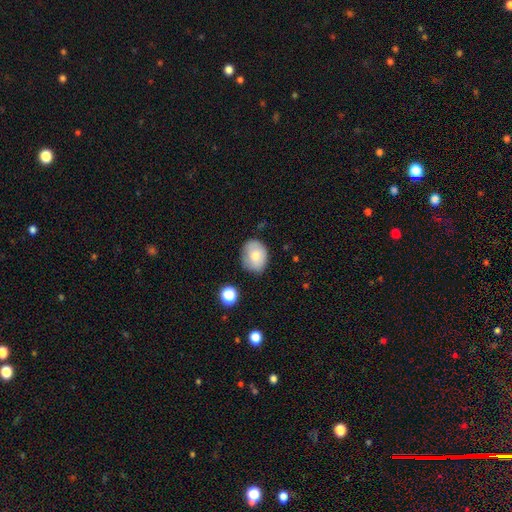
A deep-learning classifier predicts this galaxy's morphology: Smooth or featured? Predicted: smooth (p=0.72). How rounded? Predicted: in between (p=0.57). Merging? Predicted: none (p=0.73).